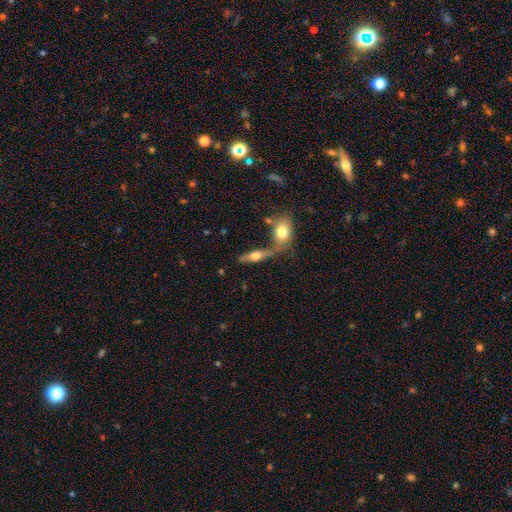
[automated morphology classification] Smooth or featured? smooth (47%)
Merging? none (51%)